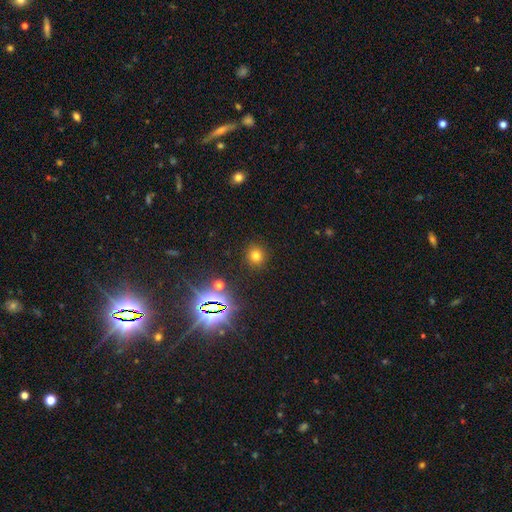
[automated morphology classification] This is likely a smooth galaxy (70%). How rounded: clearly round (91%). Merging: clearly none (89%).